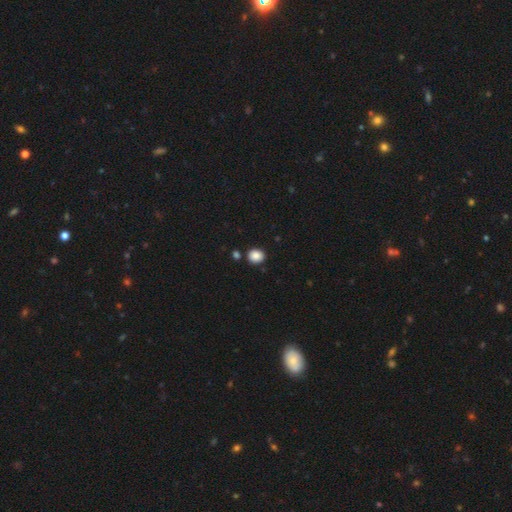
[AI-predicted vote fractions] This is clearly a smooth galaxy (87%). How rounded: likely round (74%). Merging: clearly none (84%).